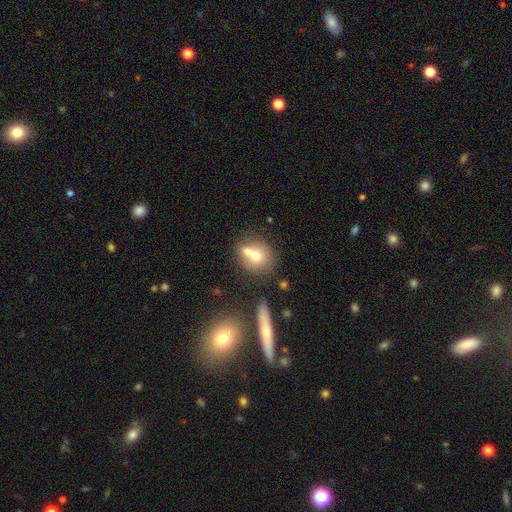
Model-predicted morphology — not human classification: A smooth galaxy with no disk features (64%) that is round (74%). Merging: merger (52%).